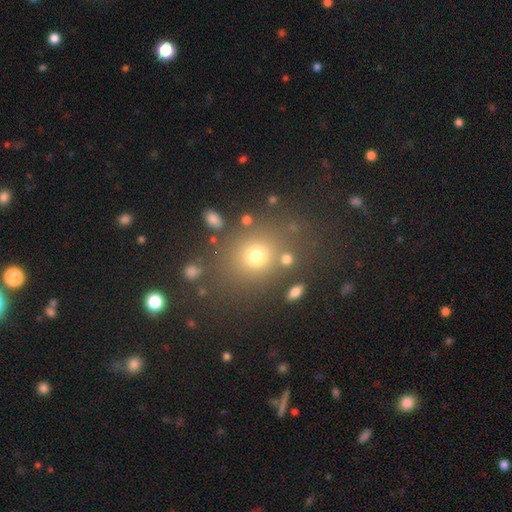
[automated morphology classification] Smooth or featured: smooth — 69% (star or artifact — 20%)
How rounded: round — 70% (in between — 29%)
Merging: none — 76% (minor disturbance — 11%)